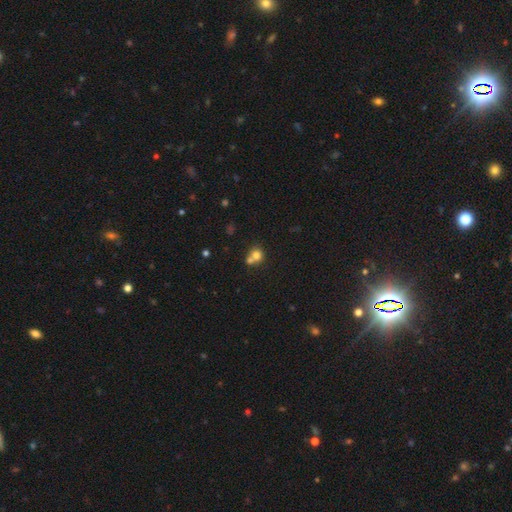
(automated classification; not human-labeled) smooth 75%, featured or disk 13%, star or artifact 13%. Down the decision tree: how rounded — round (80%); merging — merger (51%).